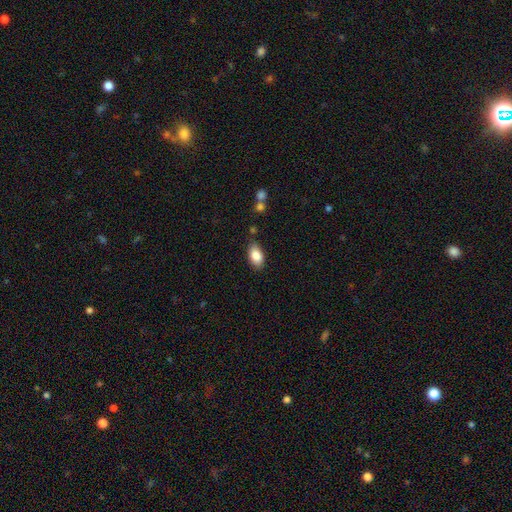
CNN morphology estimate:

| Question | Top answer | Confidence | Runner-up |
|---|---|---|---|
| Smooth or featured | smooth | 85% | featured or disk (8%) |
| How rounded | in between | 92% | round (6%) |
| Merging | none | 82% | minor disturbance (13%) |